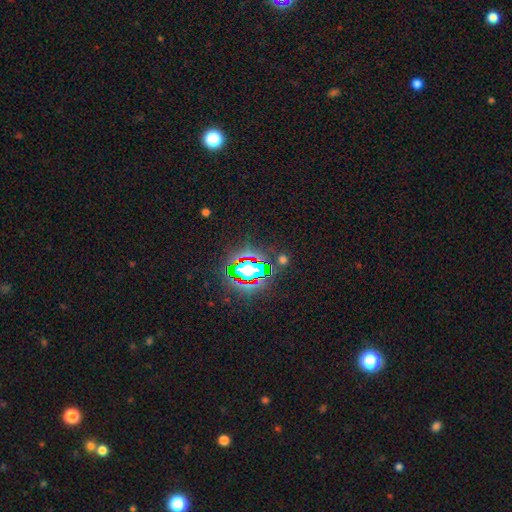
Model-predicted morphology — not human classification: A star or artifact, not a galaxy (82%).